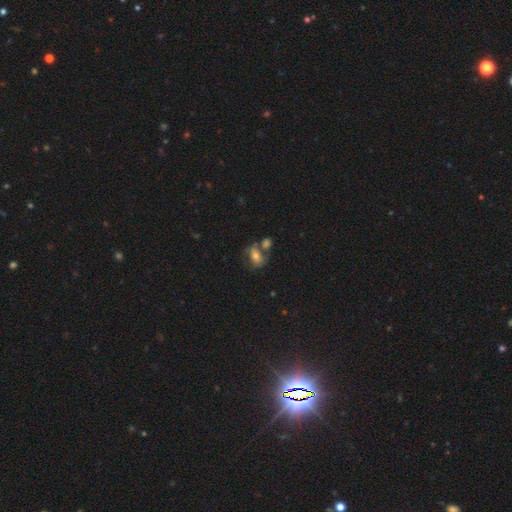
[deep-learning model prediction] The model was most divided on "smooth or featured": star or artifact: 44%, smooth: 33%, featured or disk: 23%.